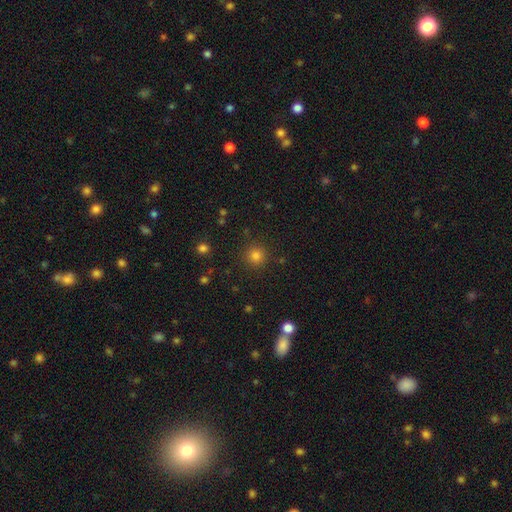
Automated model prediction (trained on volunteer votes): This is clearly a smooth galaxy (81%). How rounded: clearly round (94%). Merging: clearly none (89%).